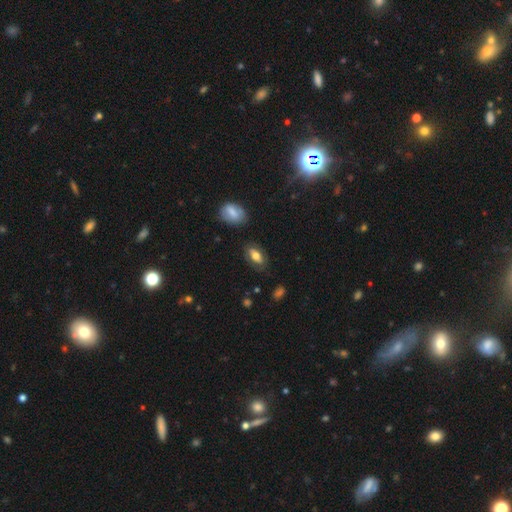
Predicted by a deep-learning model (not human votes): The model was most divided on "smooth or featured": smooth: 66%, featured or disk: 26%, star or artifact: 8%. More confident: how rounded — in between (89%); merging — none (75%).